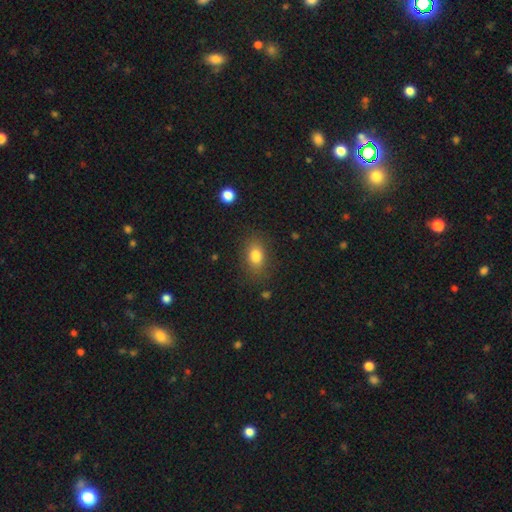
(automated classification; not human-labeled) This is clearly a smooth galaxy (82%). How rounded: clearly in between (81%). Merging: likely none (79%).